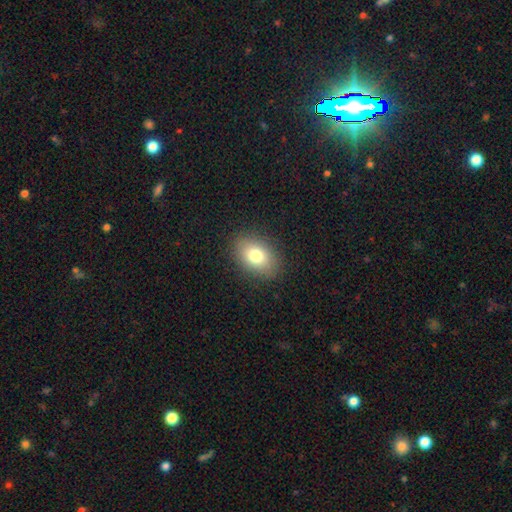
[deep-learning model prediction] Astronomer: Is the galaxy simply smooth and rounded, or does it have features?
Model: smooth — 77%.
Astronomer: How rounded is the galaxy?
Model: in between — 78%.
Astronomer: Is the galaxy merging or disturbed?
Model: none — 88%.